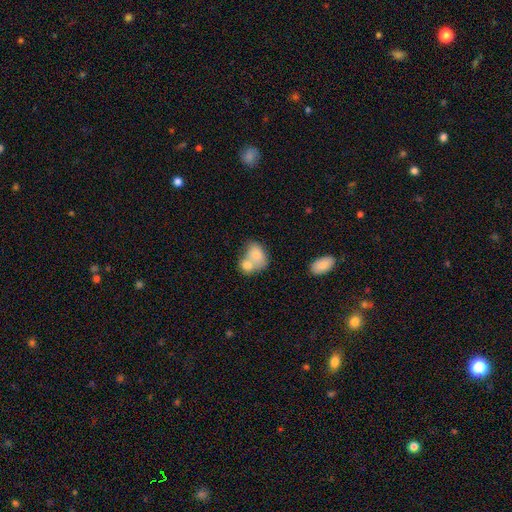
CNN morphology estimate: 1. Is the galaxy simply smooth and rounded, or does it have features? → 76% smooth, 17% featured or disk, 7% star or artifact.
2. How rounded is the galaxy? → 63% in between, 35% round, 1% cigar-shaped.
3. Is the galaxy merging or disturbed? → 65% merger, 22% none, 9% minor disturbance, 4% major disturbance.